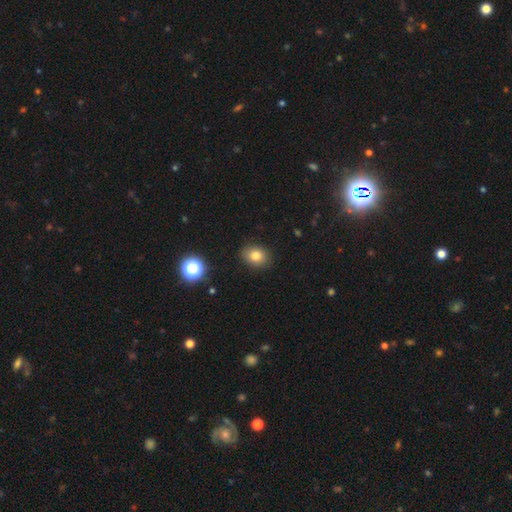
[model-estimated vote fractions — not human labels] Smooth or featured?
  - smooth: 79% *
  - star or artifact: 12%
  - featured or disk: 8%
How rounded?
  - in between: 52% *
  - round: 47%
  - cigar-shaped: 1%
Merging?
  - none: 86% *
  - minor disturbance: 10%
  - major disturbance: 2%
  - merger: 1%